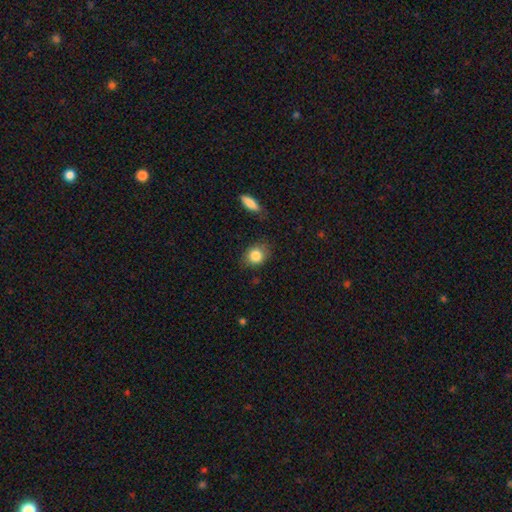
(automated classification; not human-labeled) Overall: smooth (84%). How rounded: round (55%; in between 44%). Merging: none (76%).